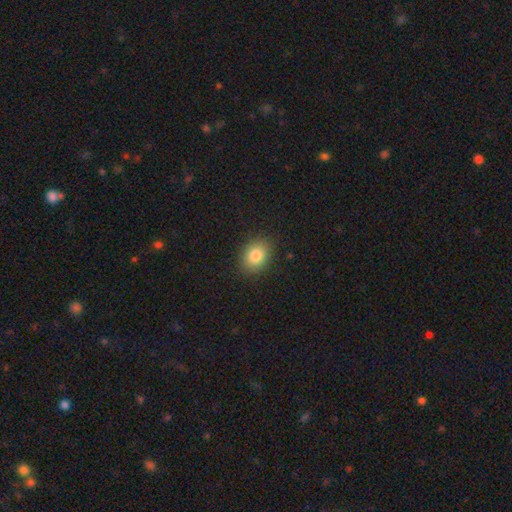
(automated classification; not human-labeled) Smooth or featured: smooth — 83% (star or artifact — 10%)
How rounded: in between — 61% (round — 38%)
Merging: none — 87% (minor disturbance — 9%)